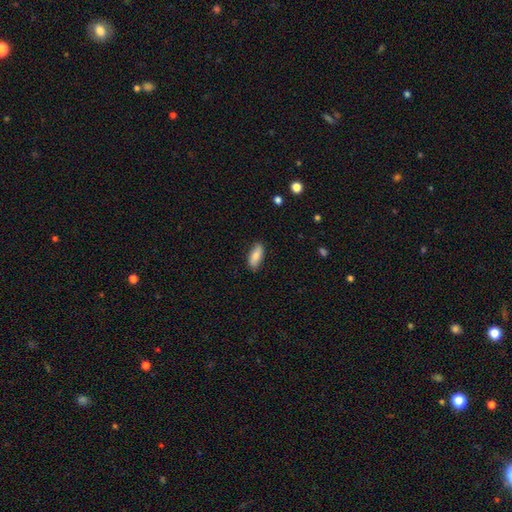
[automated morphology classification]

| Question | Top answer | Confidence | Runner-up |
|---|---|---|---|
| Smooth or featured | smooth | 81% | featured or disk (13%) |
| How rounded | in between | 79% | cigar-shaped (19%) |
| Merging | none | 84% | minor disturbance (12%) |